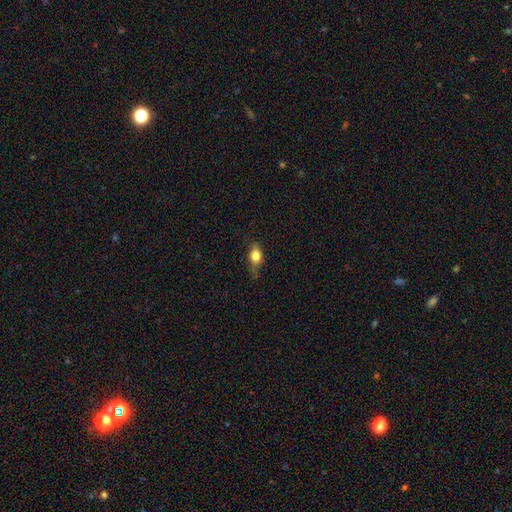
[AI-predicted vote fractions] Smooth or featured? Predicted: smooth (p=0.75). How rounded? Predicted: in between (p=0.69). Merging? Predicted: none (p=0.63).